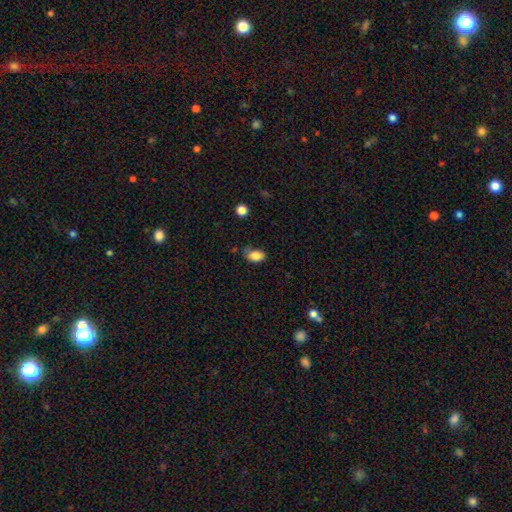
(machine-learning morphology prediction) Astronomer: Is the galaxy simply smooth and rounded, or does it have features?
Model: smooth — 84%.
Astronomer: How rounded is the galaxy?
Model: in between — 88%.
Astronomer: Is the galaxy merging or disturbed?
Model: none — 59%.